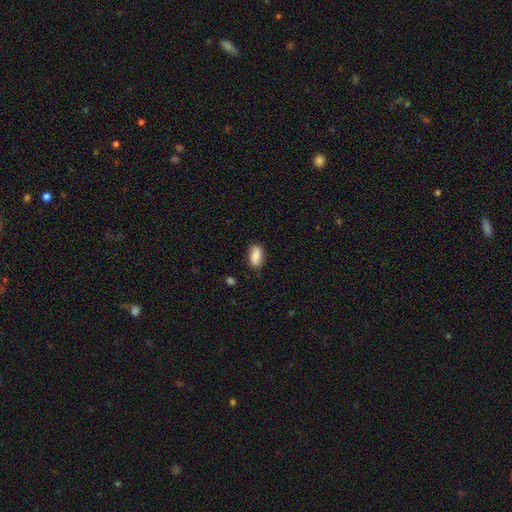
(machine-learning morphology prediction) A smooth galaxy with no disk features (84%) that is in between round and cigar-shaped (90%). Merging: none (81%).